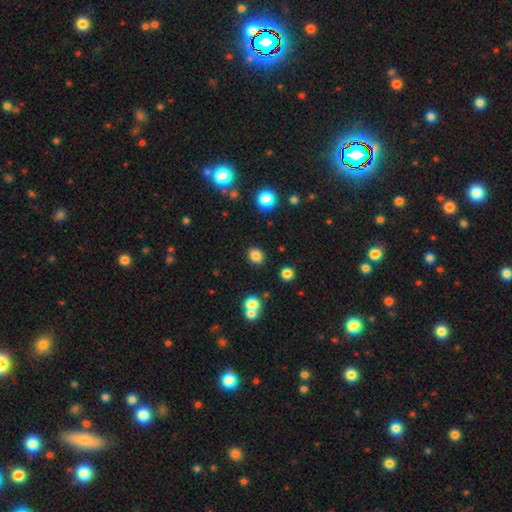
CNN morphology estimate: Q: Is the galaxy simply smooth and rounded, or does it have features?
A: smooth — 82%.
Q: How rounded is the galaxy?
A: round — 55%.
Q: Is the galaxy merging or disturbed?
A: none — 86%.